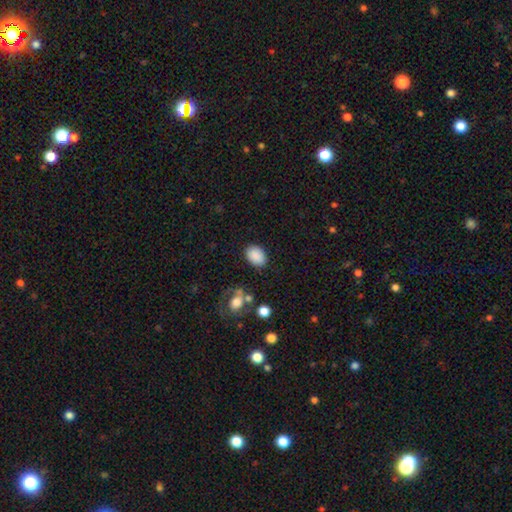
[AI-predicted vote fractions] Smooth or featured?
  - smooth: 87% *
  - star or artifact: 8%
  - featured or disk: 5%
How rounded?
  - in between: 79% *
  - round: 20%
  - cigar-shaped: 1%
Merging?
  - none: 83% *
  - minor disturbance: 11%
  - major disturbance: 4%
  - merger: 3%